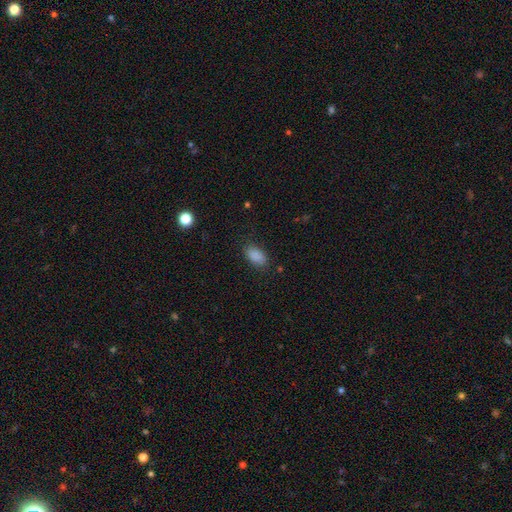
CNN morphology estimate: type=smooth (88%); roundness=in between (92%); merging=none (83%).